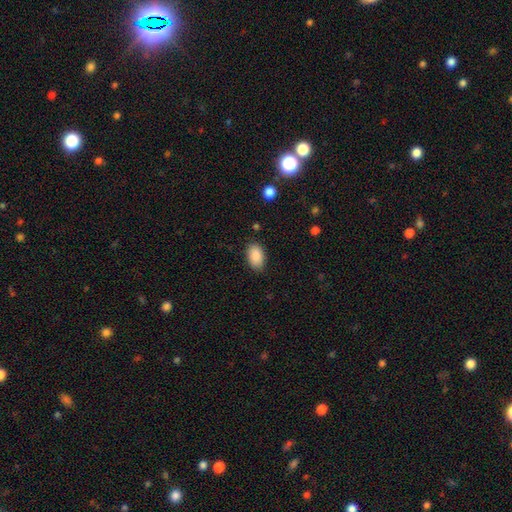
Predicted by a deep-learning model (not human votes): The model was most divided on "merging": none: 84%, minor disturbance: 12%, major disturbance: 3%, merger: 1%. More confident: how rounded — in between (93%); smooth or featured — smooth (90%).